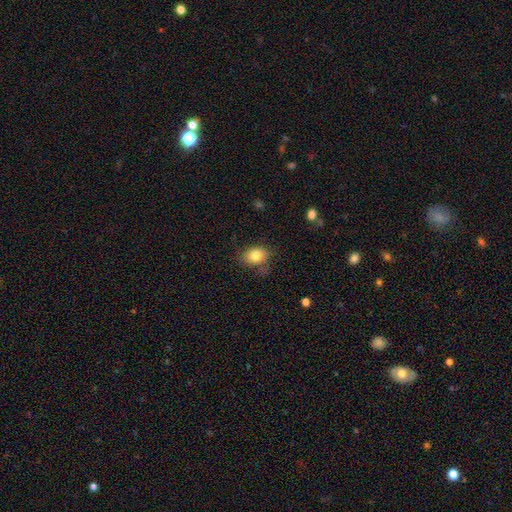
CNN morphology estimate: Smooth or featured?
  - smooth: 80% *
  - featured or disk: 10%
  - star or artifact: 10%
How rounded?
  - in between: 67% *
  - round: 32%
  - cigar-shaped: 1%
Merging?
  - none: 67% *
  - minor disturbance: 22%
  - major disturbance: 7%
  - merger: 3%